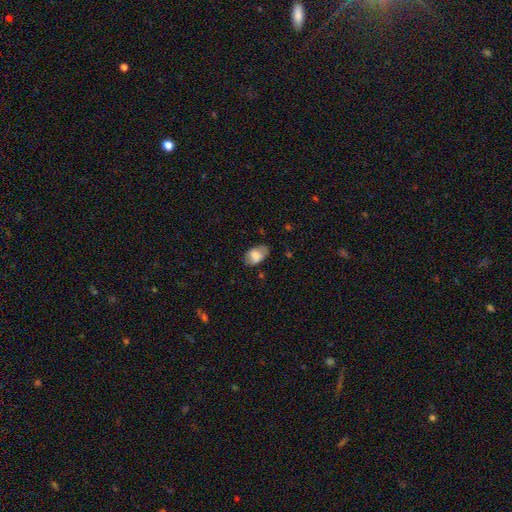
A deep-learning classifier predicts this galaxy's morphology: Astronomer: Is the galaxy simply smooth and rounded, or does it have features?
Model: smooth — 74%.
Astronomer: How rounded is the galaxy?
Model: in between — 89%.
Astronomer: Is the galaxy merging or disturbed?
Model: none — 66%.